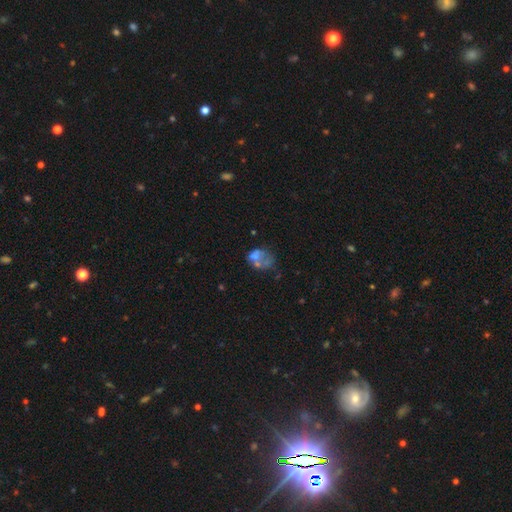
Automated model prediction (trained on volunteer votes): smooth_or_featured: smooth (p=0.45) [alt: featured or disk p=0.41]
merging: merger (p=0.31) [alt: none p=0.29]